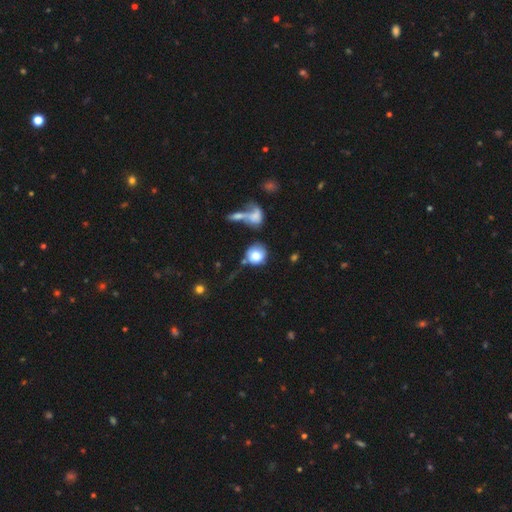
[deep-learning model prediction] Smooth or featured?
  - smooth: 77% *
  - featured or disk: 14%
  - star or artifact: 9%
How rounded?
  - round: 81% *
  - in between: 17%
  - cigar-shaped: 2%
Merging?
  - none: 46% *
  - merger: 24%
  - minor disturbance: 18%
  - major disturbance: 13%